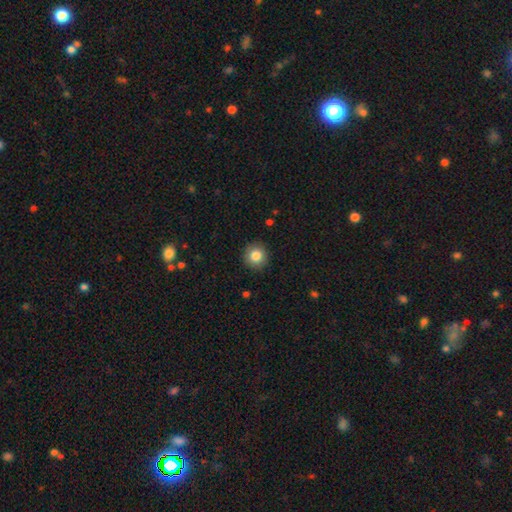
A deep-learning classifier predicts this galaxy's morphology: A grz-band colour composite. It shows a smooth galaxy with no disk features (84%) that is round (94%). Merging: none (91%).